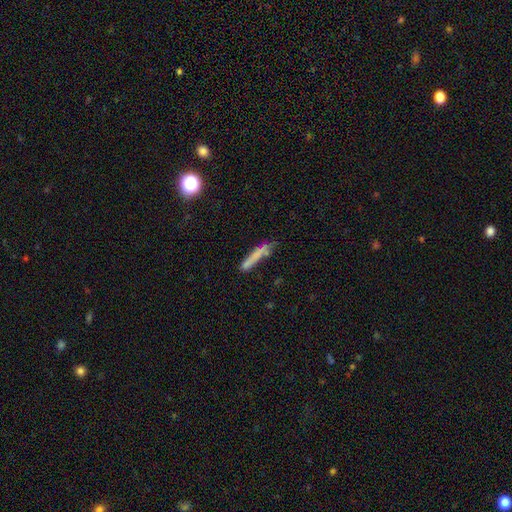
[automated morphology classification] Smooth or featured? Predicted: smooth (p=0.67). How rounded? Predicted: cigar-shaped (p=0.92). Merging? Predicted: none (p=0.64).